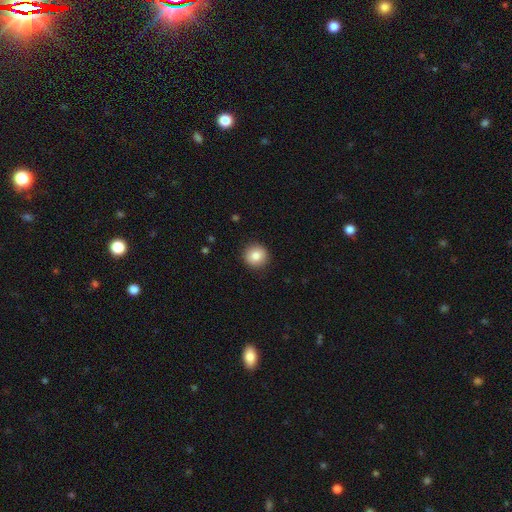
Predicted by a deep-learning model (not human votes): Q: Smooth or featured?
A: smooth (84%); runner-up: star or artifact (9%)
Q: How rounded?
A: round (93%); runner-up: in between (6%)
Q: Merging?
A: none (91%); runner-up: minor disturbance (6%)